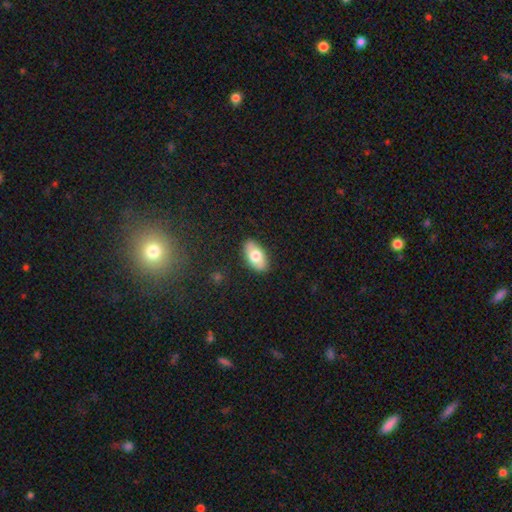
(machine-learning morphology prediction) Smooth or featured: smooth — 73% (featured or disk — 21%)
How rounded: in between — 93% (round — 4%)
Merging: none — 87% (minor disturbance — 10%)